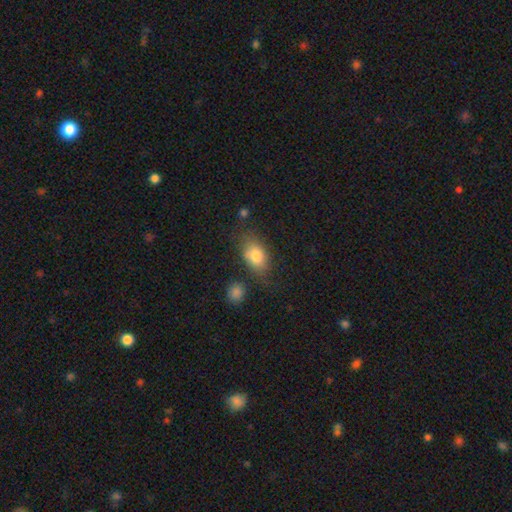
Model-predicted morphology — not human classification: The model was most divided on "merging": none: 66%, minor disturbance: 19%, merger: 7%, major disturbance: 7%. More confident: how rounded — in between (83%); smooth or featured — smooth (79%).